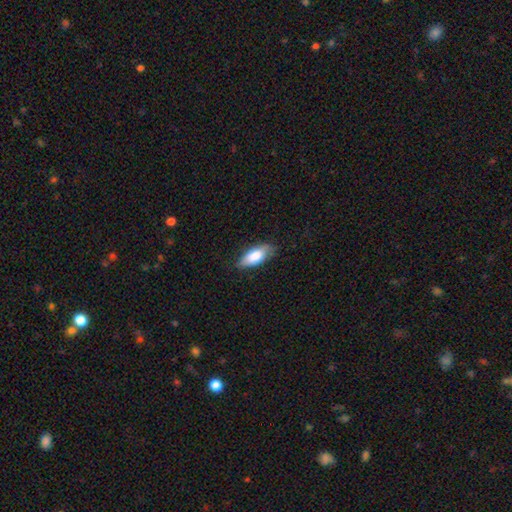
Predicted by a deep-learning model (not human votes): The model was most divided on "merging": none: 72%, minor disturbance: 23%, major disturbance: 4%, merger: 1%. More confident: how rounded — in between (85%); smooth or featured — smooth (80%).